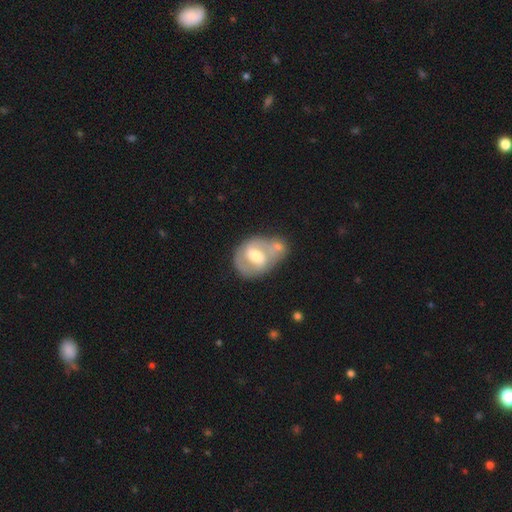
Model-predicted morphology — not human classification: Smooth or featured?
  - featured or disk: 58% *
  - smooth: 37%
  - star or artifact: 6%
Edge-on disk?
  - no: 96% *
  - yes: 4%
Bar?
  - weak: 50% *
  - no: 28%
  - strong: 23%
Spiral arms?
  - yes: 50% * (tied)
  - no: 50% * (tied)
Bulge size?
  - moderate: 67% *
  - large: 15%
  - small: 15%
  - none: 2%
  - dominant: 1%
Merging?
  - merger: 36% *
  - none: 34%
  - minor disturbance: 19%
  - major disturbance: 10%